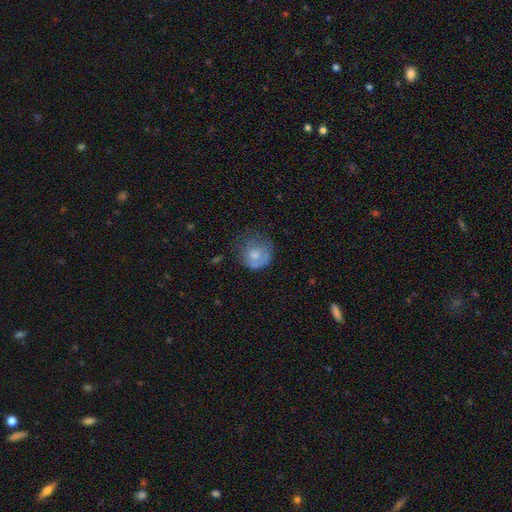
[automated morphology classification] This appears to be a smooth galaxy with no disk features (65%) that is round (79%). Merging: none (43%).